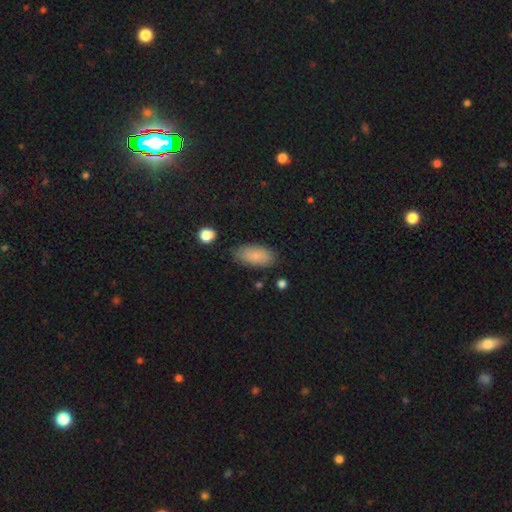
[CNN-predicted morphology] Smooth or featured? Predicted: smooth (p=0.86). How rounded? Predicted: in between (p=0.90). Merging? Predicted: none (p=0.81).